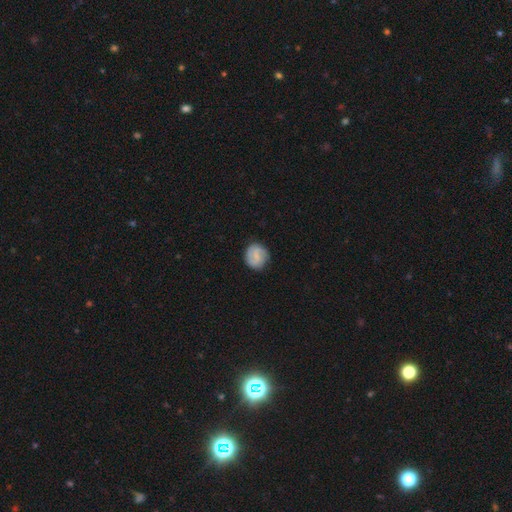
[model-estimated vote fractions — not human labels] Smooth or featured?
  - featured or disk: 47% *
  - smooth: 46%
  - star or artifact: 7%
Merging?
  - none: 84% *
  - minor disturbance: 12%
  - major disturbance: 3%
  - merger: 1%